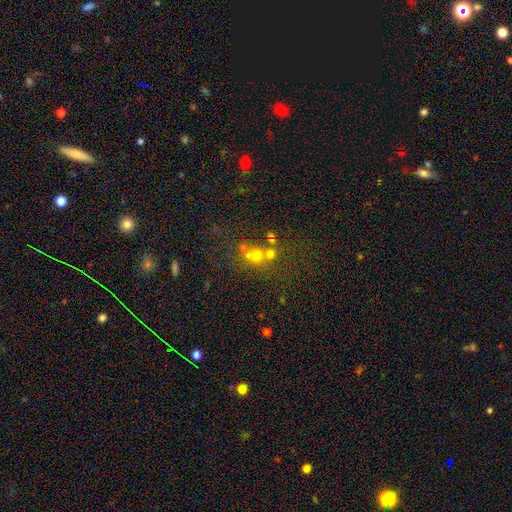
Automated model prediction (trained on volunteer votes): Morphology: type=smooth (58%); roundness=round (82%); merging=merger (44%).